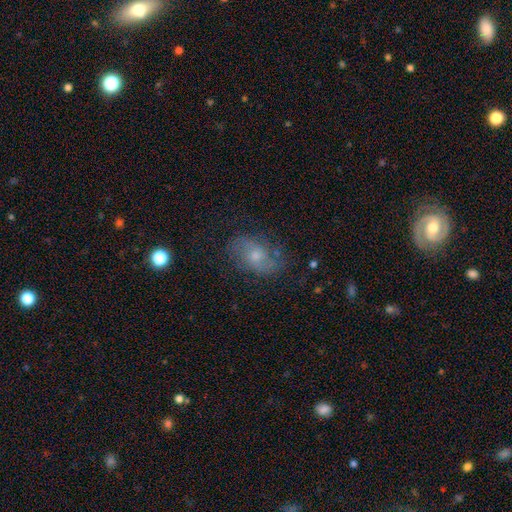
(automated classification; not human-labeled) Morphology: type=featured or disk (52%); edge-on=no (94%); merging=none (66%).